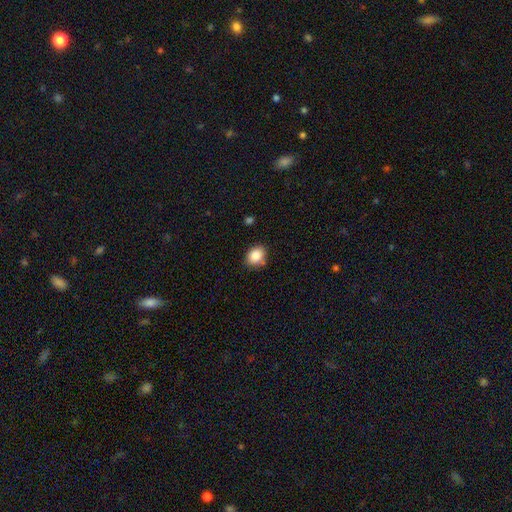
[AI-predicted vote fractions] Smooth or featured? smooth (86%)
How rounded? round (51%)
Merging? none (76%)